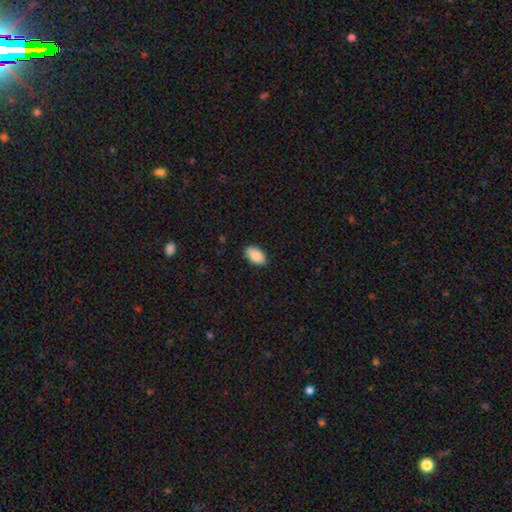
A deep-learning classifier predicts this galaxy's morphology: A smooth galaxy with no disk features (89%) that is in between round and cigar-shaped (94%).

Vote fractions:
- Smooth or featured? smooth: 89% / star or artifact: 6% / featured or disk: 4%
- How rounded? in between: 94% / round: 4% / cigar-shaped: 2%
- Merging? none: 87% / minor disturbance: 11% / major disturbance: 2% / merger: 1%